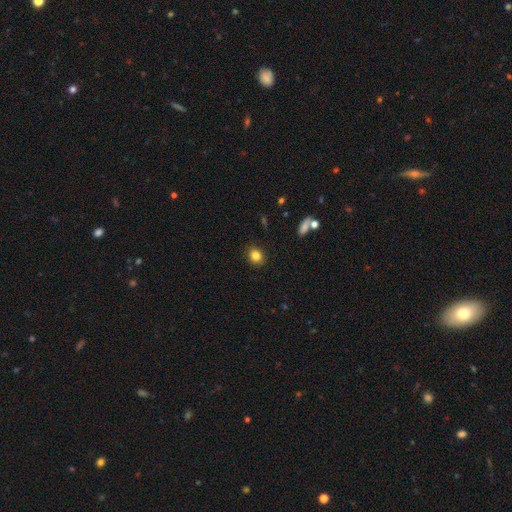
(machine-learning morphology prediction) A smooth galaxy with no disk features (84%) that is round (76%). Merging: none (90%).